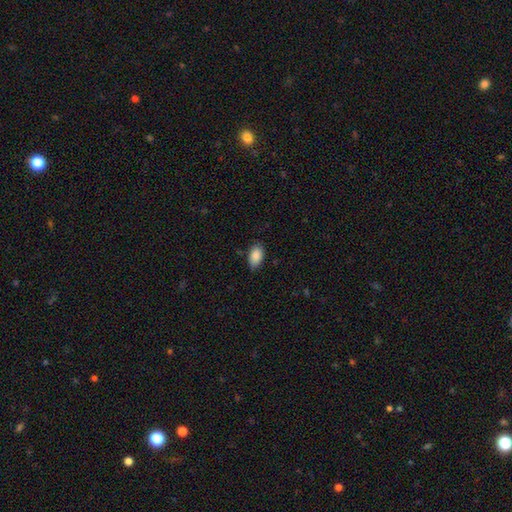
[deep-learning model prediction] Q: Smooth or featured?
A: smooth (89%); runner-up: star or artifact (7%)
Q: How rounded?
A: in between (92%); runner-up: round (6%)
Q: Merging?
A: none (76%); runner-up: minor disturbance (19%)